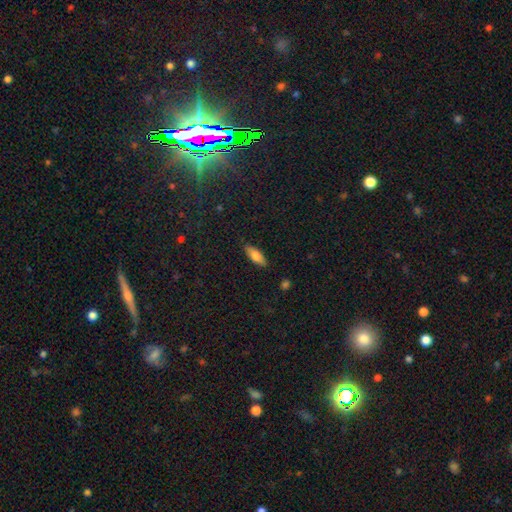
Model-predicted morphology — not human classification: A smooth galaxy with no disk features (75%) that is in between round and cigar-shaped (70%).

Vote fractions:
- Smooth or featured? smooth: 75% / featured or disk: 19% / star or artifact: 7%
- How rounded? in between: 70% / cigar-shaped: 28% / round: 2%
- Merging? none: 87% / minor disturbance: 10% / major disturbance: 2% / merger: 1%